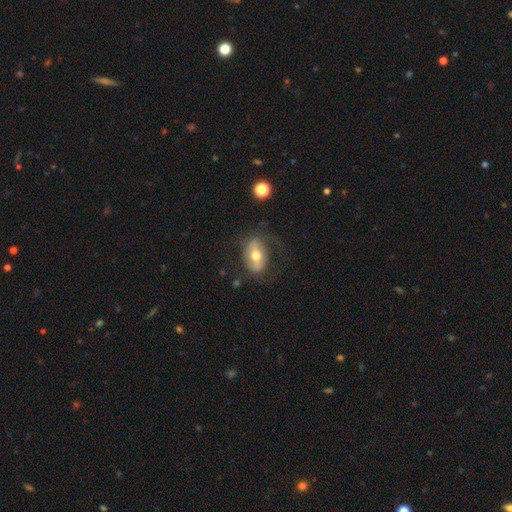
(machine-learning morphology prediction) type=featured or disk (55%); edge-on=no (89%); merging=none (62%).